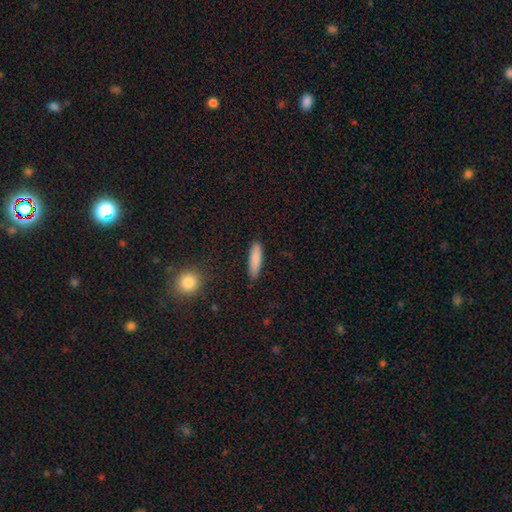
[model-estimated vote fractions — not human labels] Smooth or featured?
  - smooth: 84% *
  - featured or disk: 9%
  - star or artifact: 7%
How rounded?
  - cigar-shaped: 76% *
  - in between: 23%
  - round: 2%
Merging?
  - none: 87% *
  - minor disturbance: 10%
  - major disturbance: 2%
  - merger: 1%